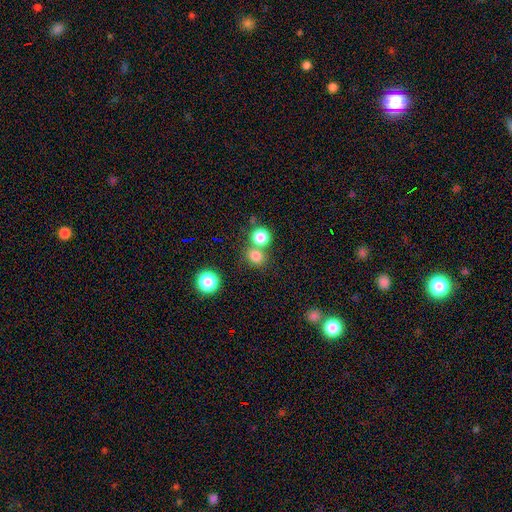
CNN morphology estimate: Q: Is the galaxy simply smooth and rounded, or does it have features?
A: smooth — 79%.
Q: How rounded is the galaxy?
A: round — 81%.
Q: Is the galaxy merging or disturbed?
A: none — 56%.